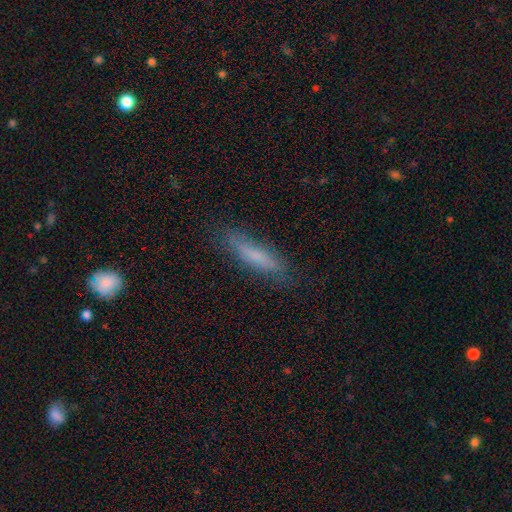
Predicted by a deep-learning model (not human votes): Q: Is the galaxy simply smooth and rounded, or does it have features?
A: smooth — 68%.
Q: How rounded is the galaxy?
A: cigar-shaped — 81%.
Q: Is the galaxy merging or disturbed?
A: none — 77%.